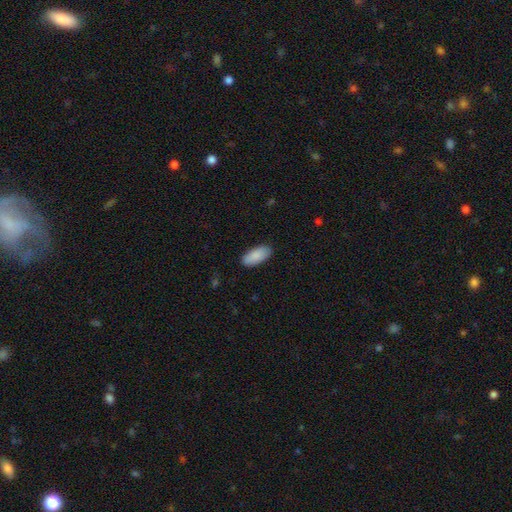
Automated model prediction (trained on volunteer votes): Overall: smooth (90%). How rounded: in between (90%). Merging: none (87%).